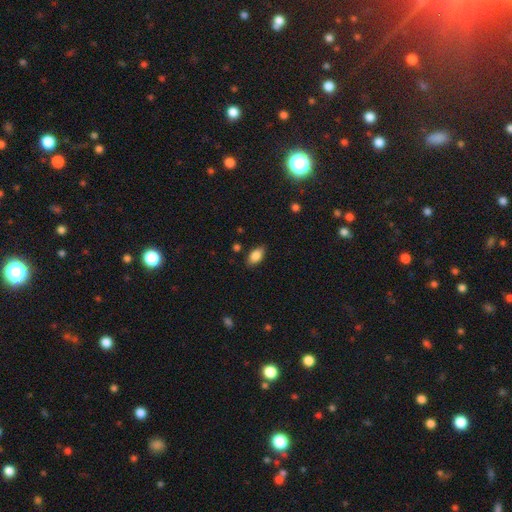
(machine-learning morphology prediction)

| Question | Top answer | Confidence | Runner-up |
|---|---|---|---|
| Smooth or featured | smooth | 86% | star or artifact (8%) |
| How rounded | in between | 91% | round (5%) |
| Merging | none | 84% | minor disturbance (12%) |